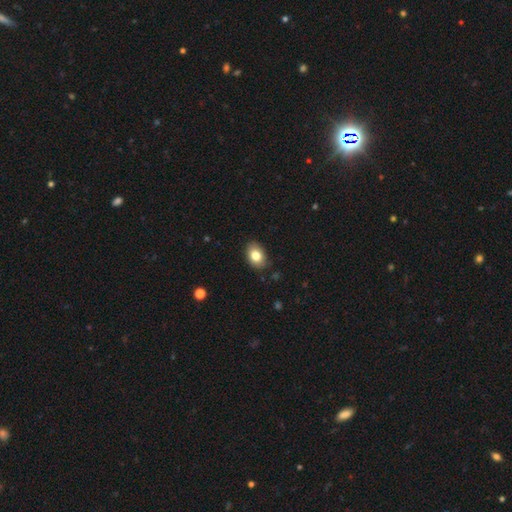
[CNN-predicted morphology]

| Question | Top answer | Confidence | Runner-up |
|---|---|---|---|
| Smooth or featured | smooth | 82% | featured or disk (10%) |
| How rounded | in between | 79% | round (19%) |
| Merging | none | 85% | minor disturbance (11%) |